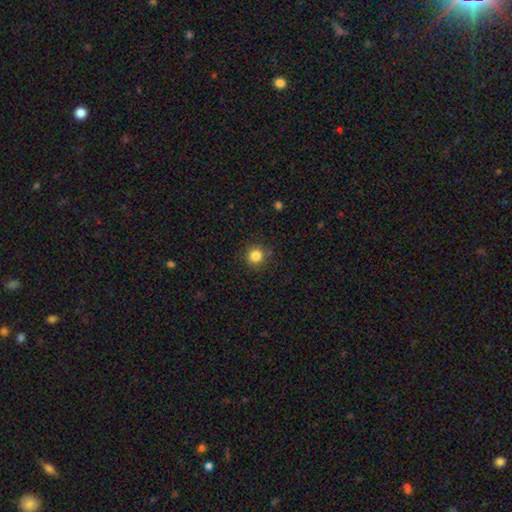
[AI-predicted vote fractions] Smooth or featured? Predicted: smooth (p=0.84). How rounded? Predicted: round (p=0.94). Merging? Predicted: none (p=0.89).